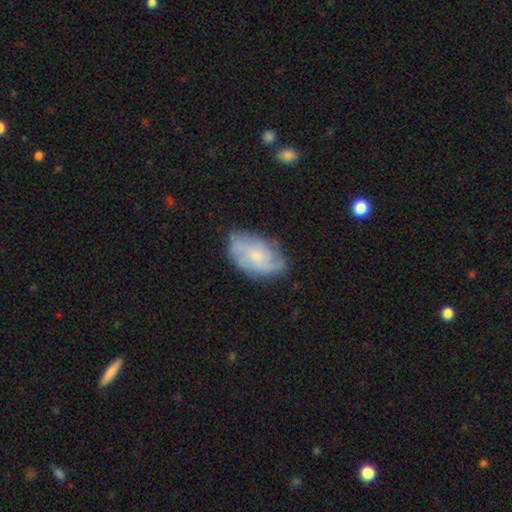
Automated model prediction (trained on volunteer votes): Q: Smooth or featured?
A: featured or disk (57%); runner-up: smooth (36%)
Q: Edge-on disk?
A: no (95%); runner-up: yes (5%)
Q: Bar?
A: no (75%); runner-up: weak (22%)
Q: Spiral arms?
A: yes (81%); runner-up: no (19%)
Q: Bulge size?
A: small (61%); runner-up: moderate (29%)
Q: Merging?
A: none (69%); runner-up: minor disturbance (23%)